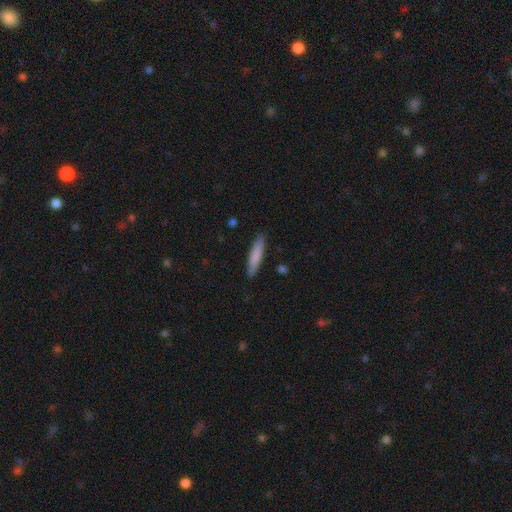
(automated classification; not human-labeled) This appears to be a smooth galaxy with no disk features (81%) that is cigar-shaped (88%). Merging: none (88%).